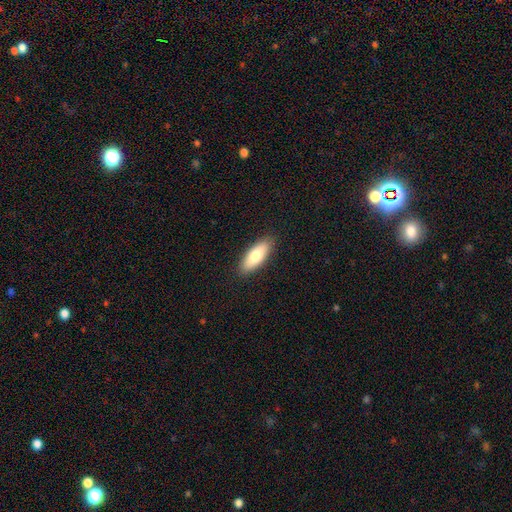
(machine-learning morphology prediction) Smooth or featured? smooth (76%)
How rounded? in between (74%)
Merging? none (89%)